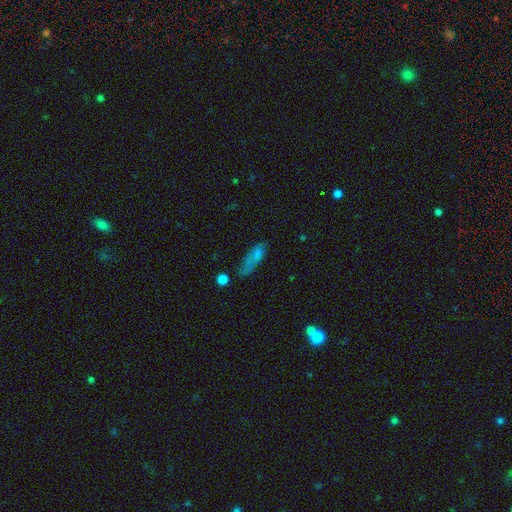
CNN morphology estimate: A smooth galaxy with no disk features (71%) that is in between round and cigar-shaped (55%).

Vote fractions:
- Smooth or featured? smooth: 71% / featured or disk: 16% / star or artifact: 12%
- How rounded? in between: 55% / cigar-shaped: 41% / round: 5%
- Merging? none: 42% / minor disturbance: 30% / major disturbance: 20% / merger: 8%